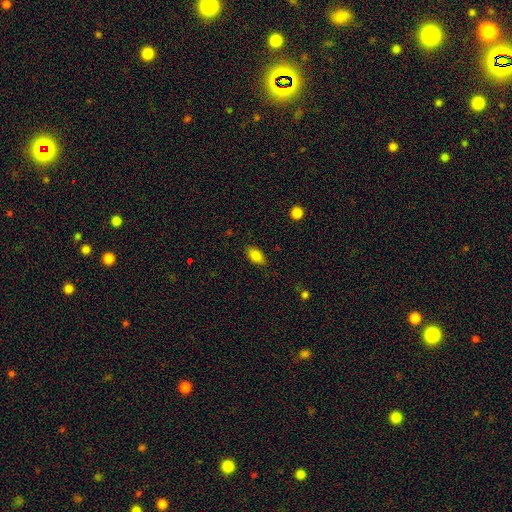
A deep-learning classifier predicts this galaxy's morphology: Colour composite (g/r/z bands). It shows a smooth galaxy with no disk features (84%) that is in between round and cigar-shaped (89%). Merging: none (83%).